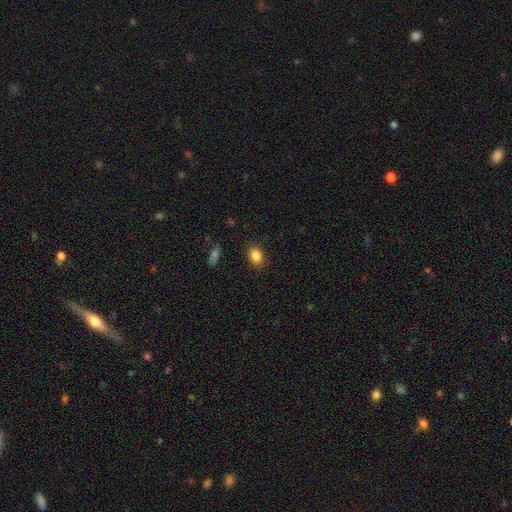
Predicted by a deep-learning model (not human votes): Smooth or featured? Predicted: smooth (p=0.85). How rounded? Predicted: in between (p=0.68). Merging? Predicted: none (p=0.85).